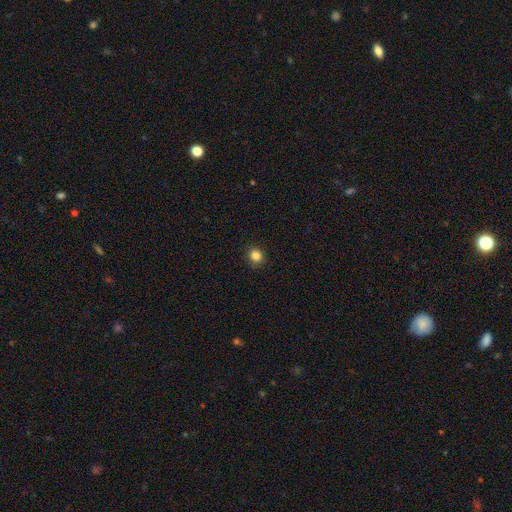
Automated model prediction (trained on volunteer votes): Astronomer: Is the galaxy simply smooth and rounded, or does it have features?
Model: smooth — 85%.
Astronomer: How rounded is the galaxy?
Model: round — 90%.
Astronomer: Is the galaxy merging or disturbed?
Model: none — 91%.